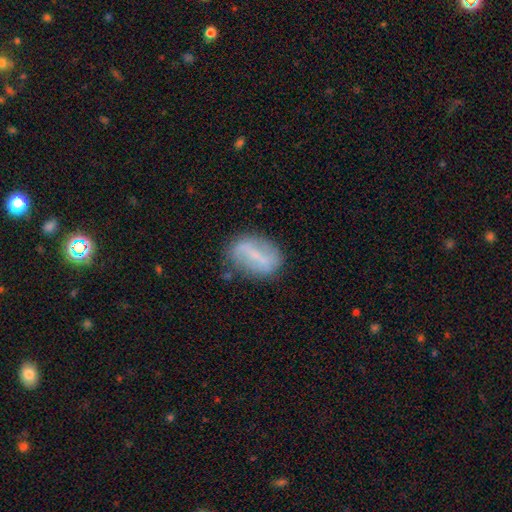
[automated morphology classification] Smooth or featured?
  - featured or disk: 53% *
  - smooth: 39%
  - star or artifact: 8%
Edge-on disk?
  - no: 91% *
  - yes: 9%
Merging?
  - none: 73% *
  - minor disturbance: 18%
  - major disturbance: 6%
  - merger: 3%